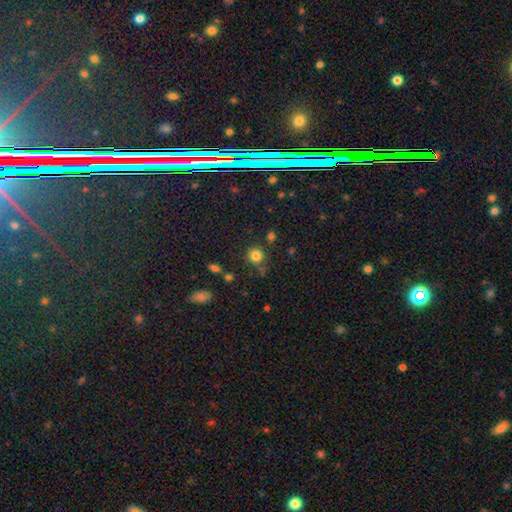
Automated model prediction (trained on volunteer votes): Smooth or featured? Predicted: smooth (p=0.81). How rounded? Predicted: round (p=0.91). Merging? Predicted: none (p=0.79).